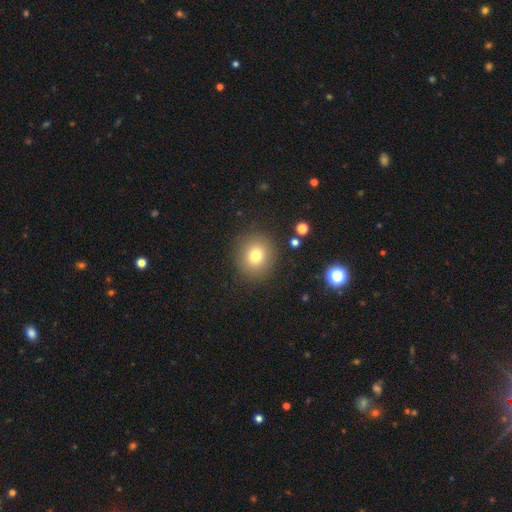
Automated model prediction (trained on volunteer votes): smooth 77%, star or artifact 13%, featured or disk 10%. Down the decision tree: how rounded — round (86%); merging — none (87%).